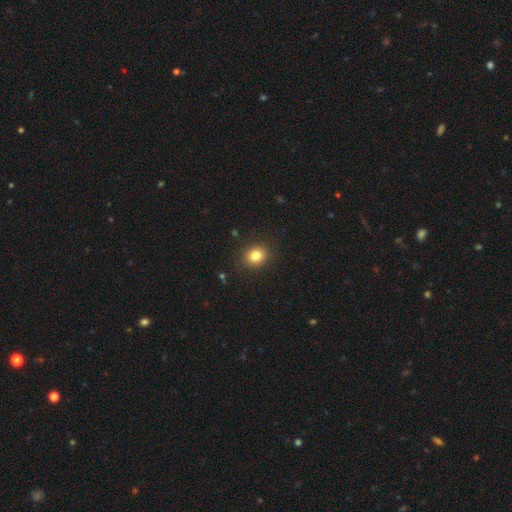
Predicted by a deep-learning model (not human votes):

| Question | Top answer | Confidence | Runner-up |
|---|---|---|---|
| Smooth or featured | smooth | 82% | star or artifact (11%) |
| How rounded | round | 66% | in between (33%) |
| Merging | none | 89% | minor disturbance (8%) |